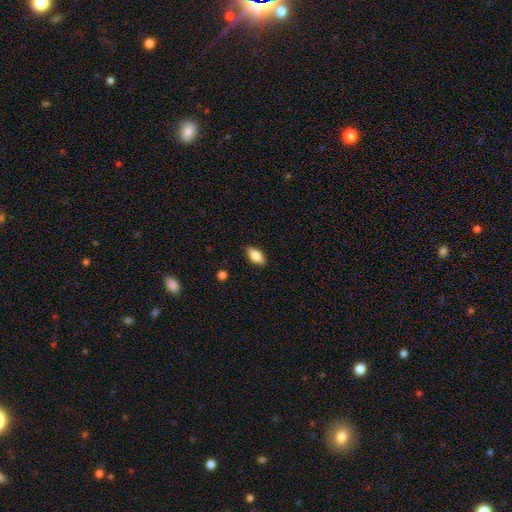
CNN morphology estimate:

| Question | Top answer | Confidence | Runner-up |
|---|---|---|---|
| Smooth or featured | smooth | 79% | featured or disk (14%) |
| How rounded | in between | 89% | cigar-shaped (8%) |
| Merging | none | 88% | minor disturbance (9%) |